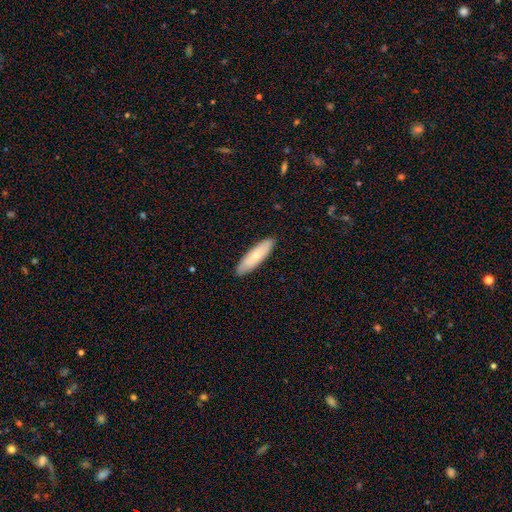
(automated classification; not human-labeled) smooth 71%, featured or disk 24%, star or artifact 5%. Down the decision tree: how rounded — cigar-shaped (66%); merging — none (90%).